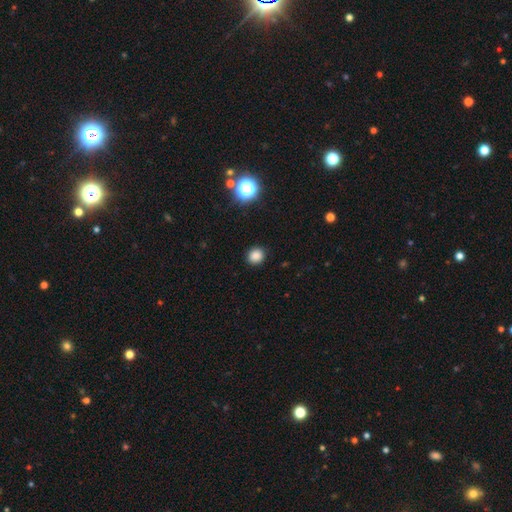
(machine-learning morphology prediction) Smooth or featured: smooth — 83% (star or artifact — 13%)
How rounded: round — 84% (in between — 15%)
Merging: none — 90% (minor disturbance — 7%)